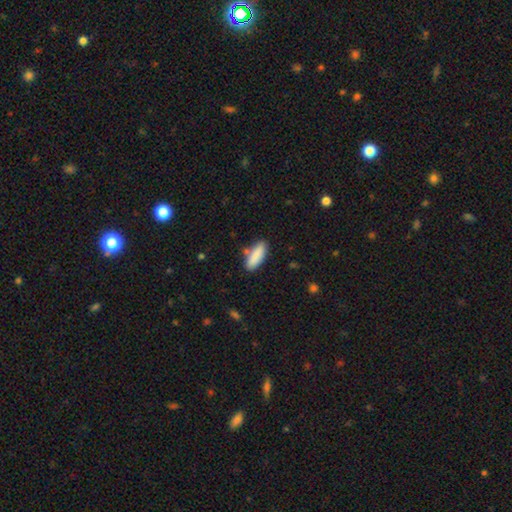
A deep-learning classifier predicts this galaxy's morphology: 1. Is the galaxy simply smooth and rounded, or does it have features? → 87% smooth, 7% featured or disk, 6% star or artifact.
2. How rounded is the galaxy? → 65% in between, 34% cigar-shaped, 2% round.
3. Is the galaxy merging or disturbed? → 76% none, 15% minor disturbance, 6% merger, 3% major disturbance.